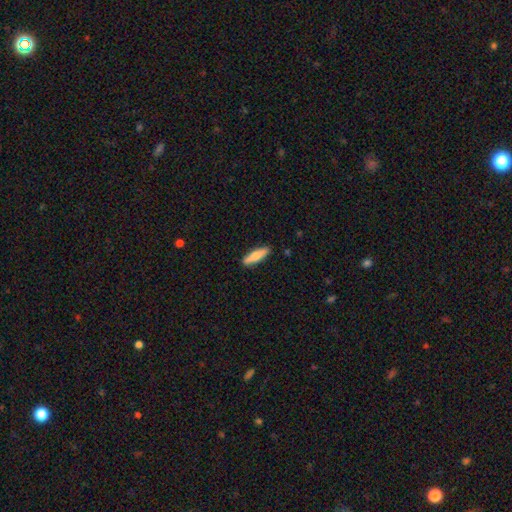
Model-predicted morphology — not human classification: A smooth galaxy with no disk features (73%) that is cigar-shaped (70%). Merging: none (88%).